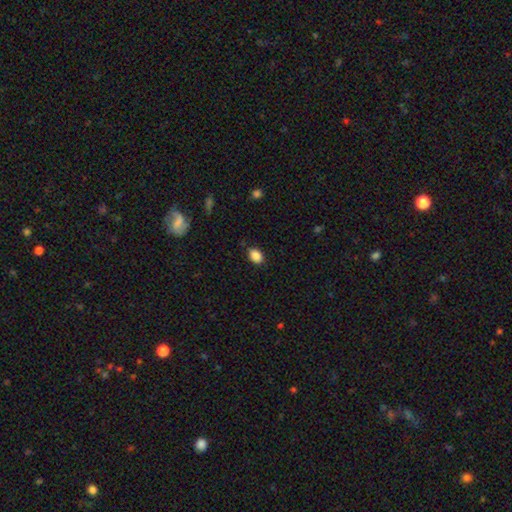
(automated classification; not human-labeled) smooth_or_featured: smooth (p=0.88) [alt: star or artifact p=0.09]
how_rounded: in between (p=0.82) [alt: round p=0.17]
merging: none (p=0.85) [alt: minor disturbance p=0.12]